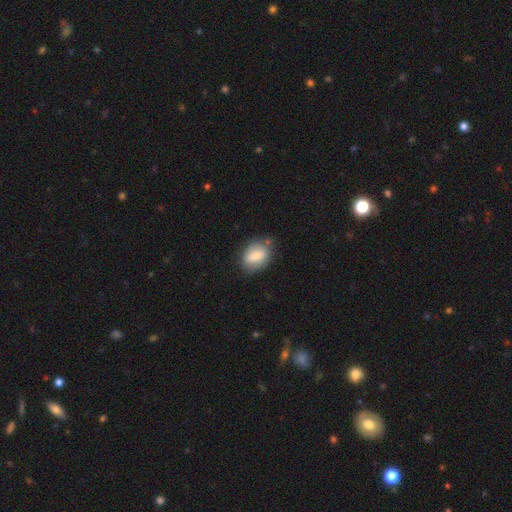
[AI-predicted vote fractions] smooth 70%, featured or disk 22%, star or artifact 7%. Down the decision tree: how rounded — in between (71%); merging — none (70%).